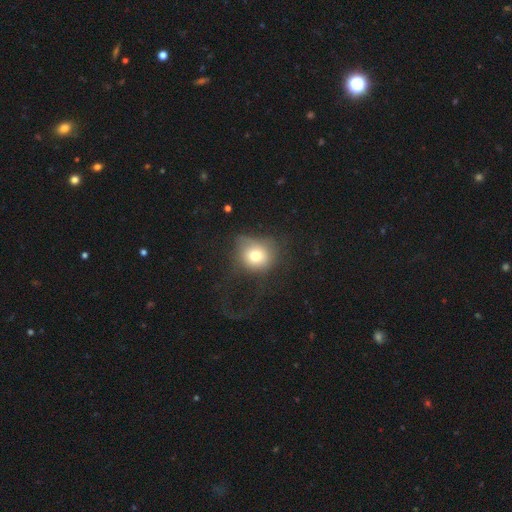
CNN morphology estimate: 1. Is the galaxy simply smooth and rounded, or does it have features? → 71% smooth, 17% featured or disk, 12% star or artifact.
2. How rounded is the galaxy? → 78% round, 21% in between, 1% cigar-shaped.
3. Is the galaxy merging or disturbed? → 42% none, 34% major disturbance, 22% minor disturbance, 2% merger.